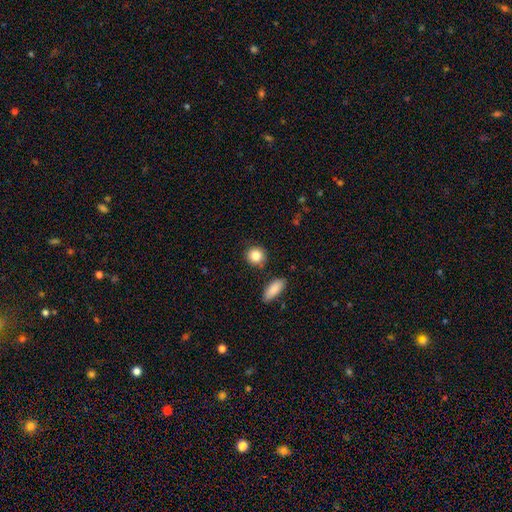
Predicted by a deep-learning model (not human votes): smooth_or_featured: smooth (p=0.85) [alt: star or artifact p=0.08]
how_rounded: round (p=0.83) [alt: in between p=0.15]
merging: none (p=0.86) [alt: minor disturbance p=0.08]